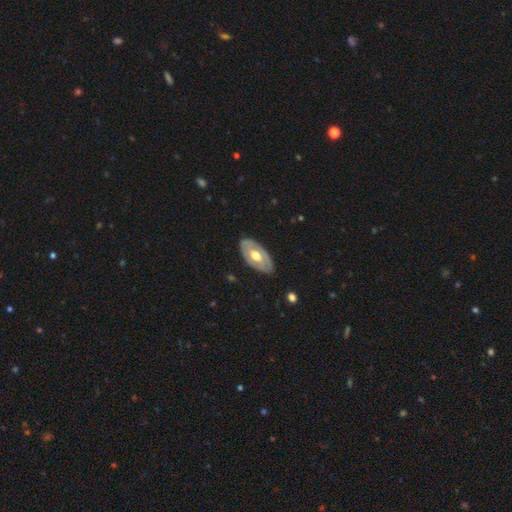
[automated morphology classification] The model was most divided on "smooth or featured": featured or disk: 59%, smooth: 36%, star or artifact: 5%. More confident: edge-on disk — no (86%); merging — none (82%); spiral arms — no (76%); bar — no (74%); bulge size — moderate (70%).